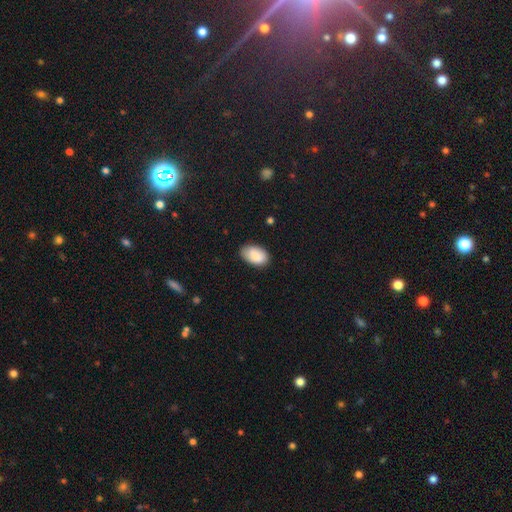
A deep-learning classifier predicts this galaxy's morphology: This is clearly a smooth galaxy (89%). How rounded: clearly in between (93%). Merging: clearly none (80%).